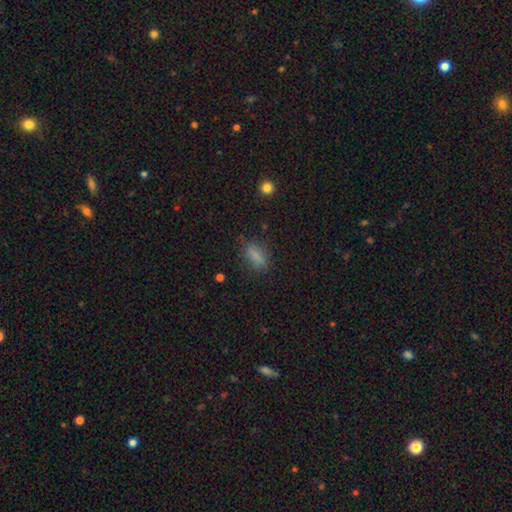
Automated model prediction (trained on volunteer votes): smooth 81%, star or artifact 11%, featured or disk 8%. Down the decision tree: how rounded — in between (70%); merging — none (78%).